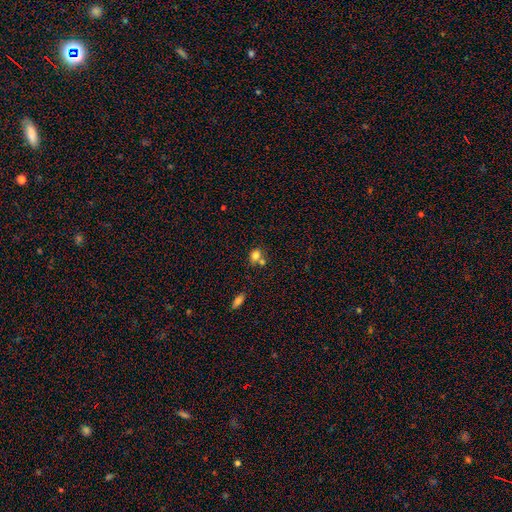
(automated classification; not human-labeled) A smooth galaxy with no disk features (77%) that is round (59%). Merging: none (46%).